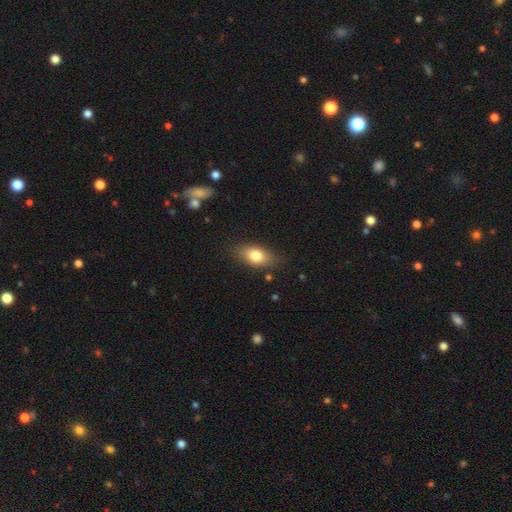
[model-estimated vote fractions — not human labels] Smooth or featured: smooth — 77% (featured or disk — 15%)
How rounded: in between — 83% (round — 10%)
Merging: none — 80% (minor disturbance — 14%)